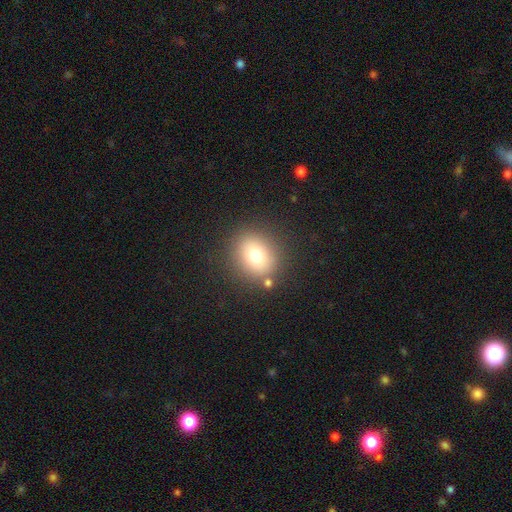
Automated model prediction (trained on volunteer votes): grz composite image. It shows a smooth galaxy with no disk features (75%) that is round (68%). Merging: none (83%).